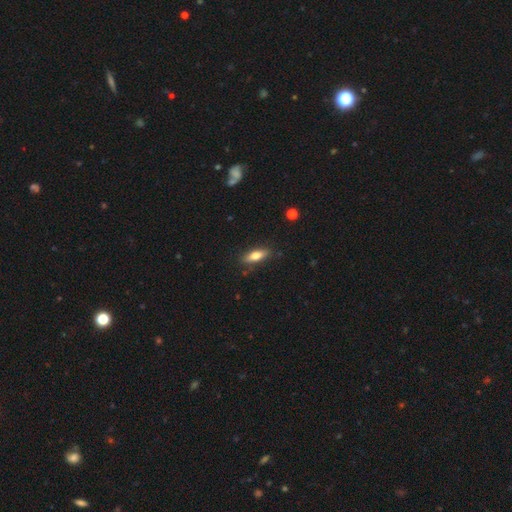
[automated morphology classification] Smooth or featured: smooth — 69% (featured or disk — 24%)
How rounded: in between — 57% (cigar-shaped — 41%)
Merging: none — 84% (minor disturbance — 12%)